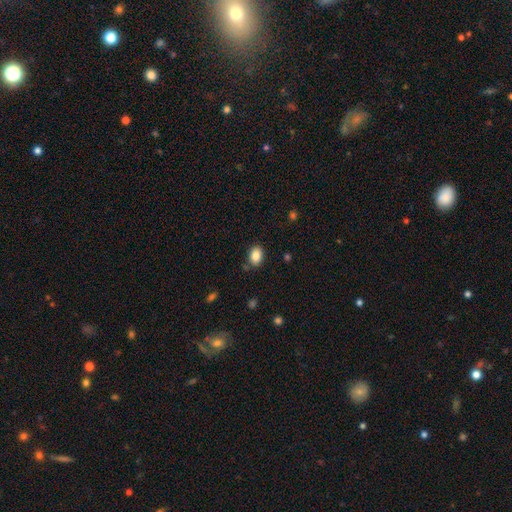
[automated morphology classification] This is clearly a smooth galaxy (87%). How rounded: likely in between (76%). Merging: clearly none (84%).